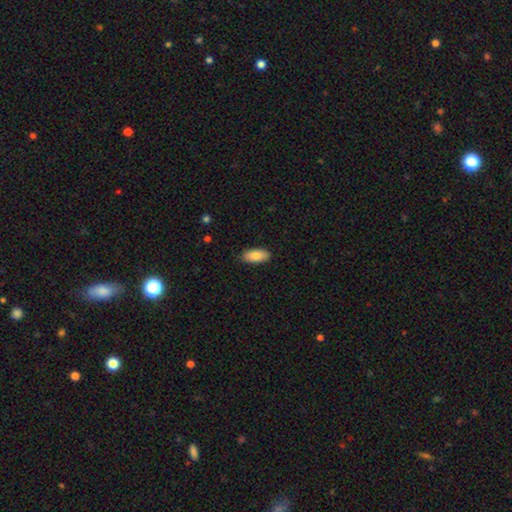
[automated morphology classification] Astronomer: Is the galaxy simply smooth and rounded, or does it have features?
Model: smooth — 86%.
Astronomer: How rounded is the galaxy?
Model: in between — 90%.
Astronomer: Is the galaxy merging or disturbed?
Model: none — 88%.